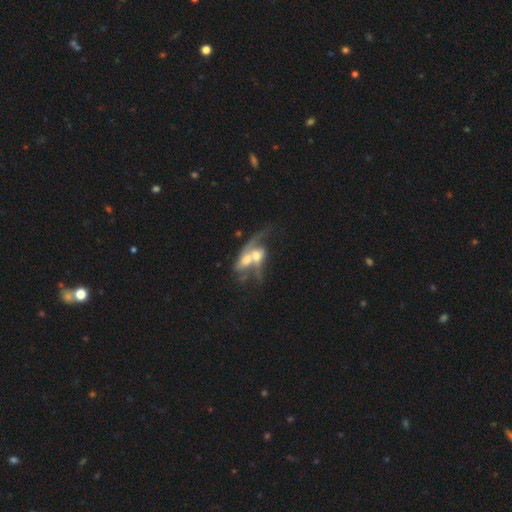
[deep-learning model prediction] A featured or disk galaxy (58%) with no bar (72%), no spiral arms (50%, tied with yes) and a moderate central bulge (50%).

Vote fractions:
- Smooth or featured? featured or disk: 58% / smooth: 34% / star or artifact: 8%
- Edge-on disk? no: 89% / yes: 11%
- Bar? no: 72% / weak: 21% / strong: 7%
- Spiral arms? no: 50% (tied) / yes: 50% (tied)
- Bulge size? moderate: 50% / large: 22% / small: 17% / none: 8% / dominant: 4%
- Merging? merger: 78% / major disturbance: 9% / none: 8% / minor disturbance: 4%